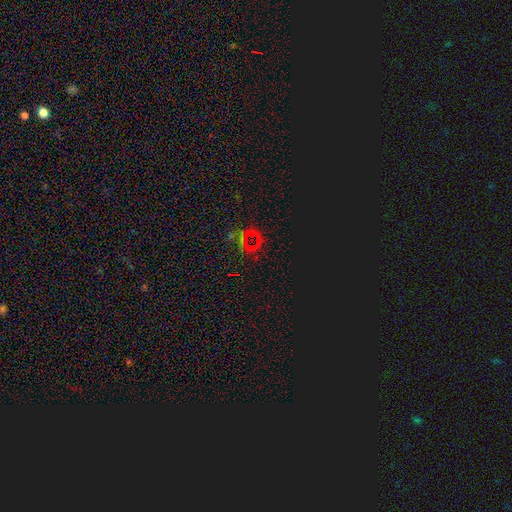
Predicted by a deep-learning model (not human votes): This is likely a star or artifact rather than a galaxy (76%).